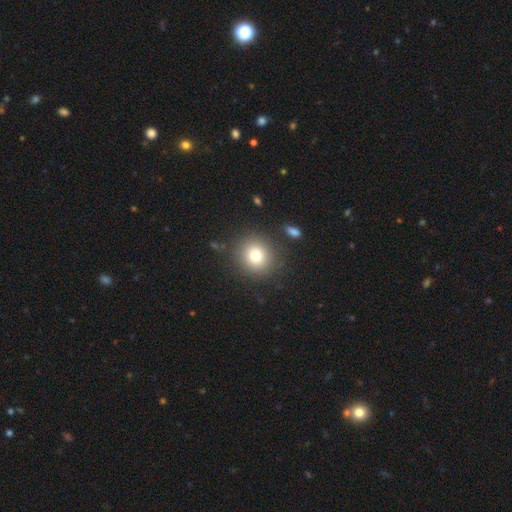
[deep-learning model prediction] This is likely a smooth galaxy (77%). How rounded: clearly round (91%). Merging: clearly none (86%).